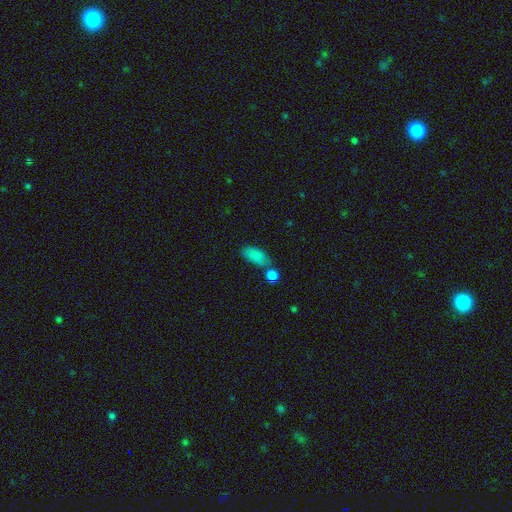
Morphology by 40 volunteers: smooth_or_featured: smooth (p=0.93) [alt: featured or disk p=0.05]
how_rounded: in between (p=0.97) [alt: round p=0.03]
merging: none (p=0.77) [alt: merger p=0.13]